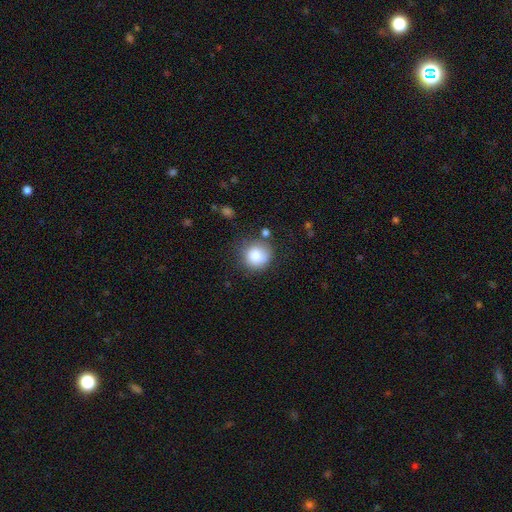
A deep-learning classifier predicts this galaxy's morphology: A smooth galaxy with no disk features (83%) that is round (90%).

Vote fractions:
- Smooth or featured? smooth: 83% / star or artifact: 9% / featured or disk: 8%
- How rounded? round: 90% / in between: 9% / cigar-shaped: 1%
- Merging? none: 72% / minor disturbance: 17% / major disturbance: 6% / merger: 5%